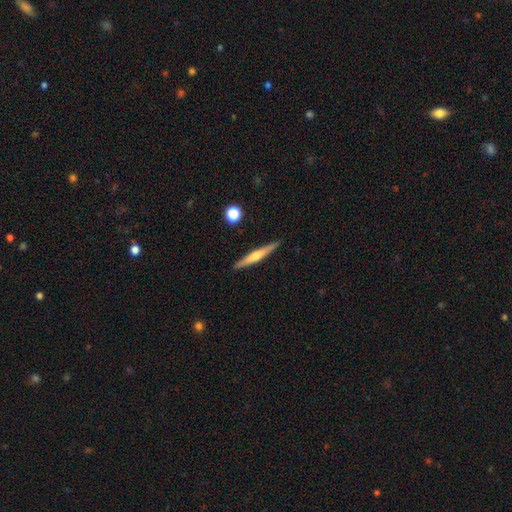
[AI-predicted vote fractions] smooth_or_featured: featured or disk (p=0.59) [alt: smooth p=0.35]
disk_edge_on: yes (p=0.97) [alt: no p=0.03]
edge_on_bulge: rounded (p=0.79) [alt: none p=0.14]
merging: none (p=0.90) [alt: minor disturbance p=0.07]